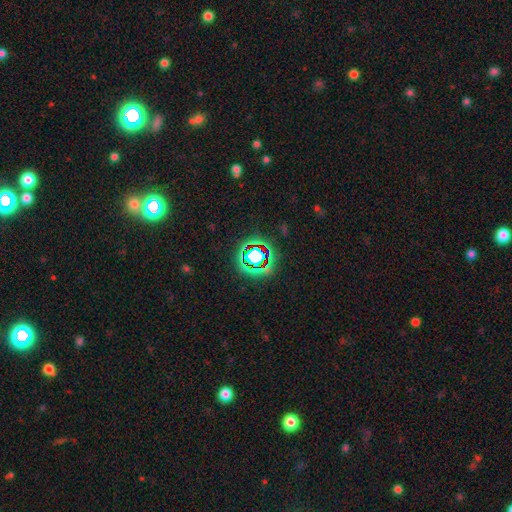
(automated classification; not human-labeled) This is likely a star or artifact rather than a galaxy (65%).